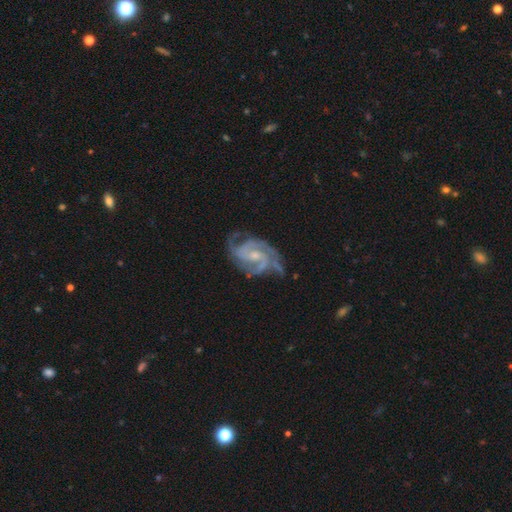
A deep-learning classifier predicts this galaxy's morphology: This appears to be a featured or disk galaxy (92%) with no bar (50%), 3 (47%) tight (47%) spiral arms (98%) and a small central bulge (55%). Merging: none (66%).